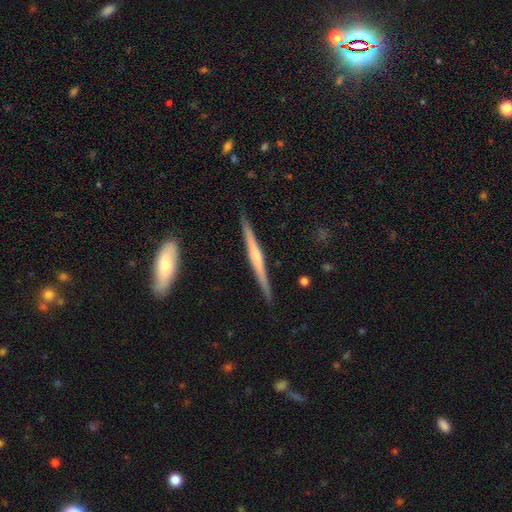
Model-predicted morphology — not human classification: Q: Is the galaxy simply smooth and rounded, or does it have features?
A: featured or disk — 75%.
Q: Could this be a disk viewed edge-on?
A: yes — 97%.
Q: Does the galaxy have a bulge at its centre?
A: rounded — 73%.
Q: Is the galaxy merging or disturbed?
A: none — 88%.